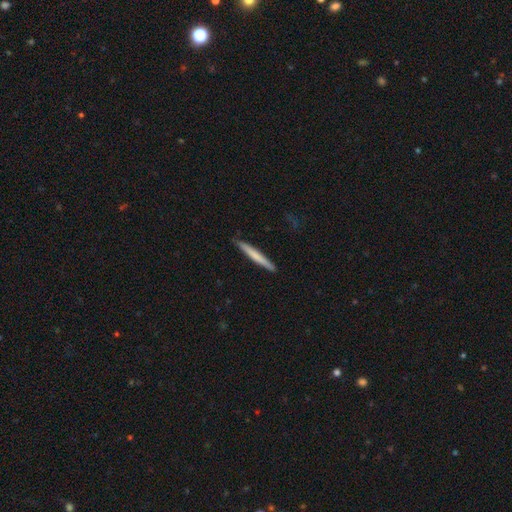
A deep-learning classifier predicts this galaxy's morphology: type=smooth (64%); roundness=cigar-shaped (97%); merging=none (90%).